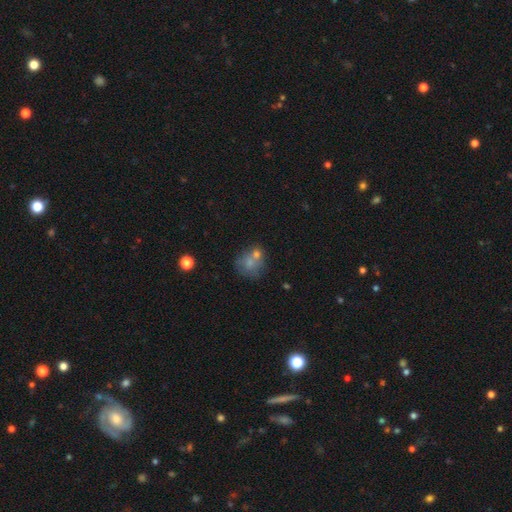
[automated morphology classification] Smooth or featured? Predicted: smooth (p=0.59). How rounded? Predicted: round (p=0.77). Merging? Predicted: none (p=0.47).